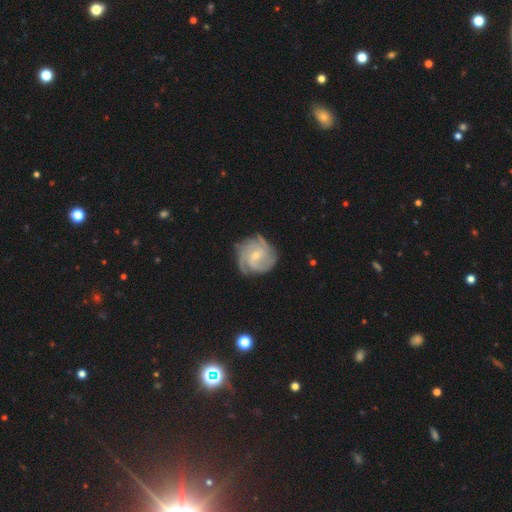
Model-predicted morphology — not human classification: smooth_or_featured: featured or disk (p=0.86) [alt: smooth p=0.10]
disk_edge_on: no (p=0.98) [alt: yes p=0.02]
bar: no (p=0.48) [alt: weak p=0.44]
has_spiral_arms: yes (p=0.97) [alt: no p=0.03]
spiral_winding: tight (p=0.62) [alt: medium p=0.31]
spiral_arm_count: 3 (p=0.34) [alt: can't tell p=0.20]
bulge_size: small (p=0.62) [alt: moderate p=0.35]
merging: none (p=0.74) [alt: minor disturbance p=0.18]